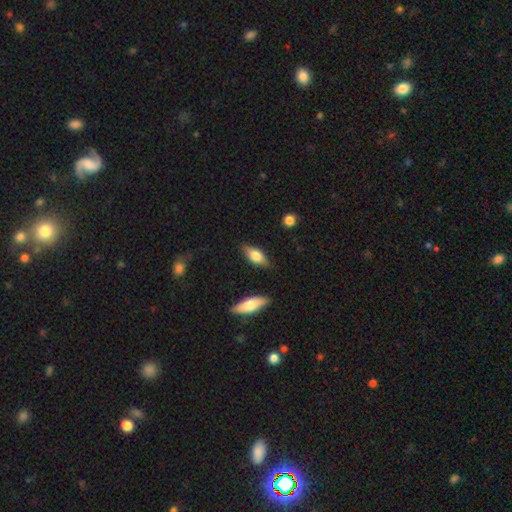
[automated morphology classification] Smooth or featured? Predicted: smooth (p=0.64). How rounded? Predicted: in between (p=0.76). Merging? Predicted: none (p=0.84).